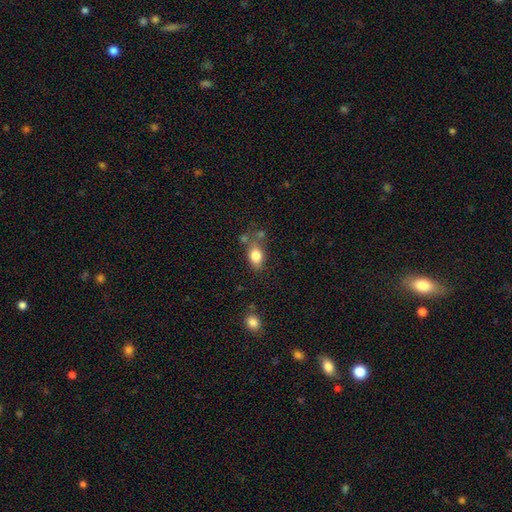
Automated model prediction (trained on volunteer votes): This is clearly a smooth galaxy (82%). How rounded: likely in between (75%). Merging: possibly none (58%).